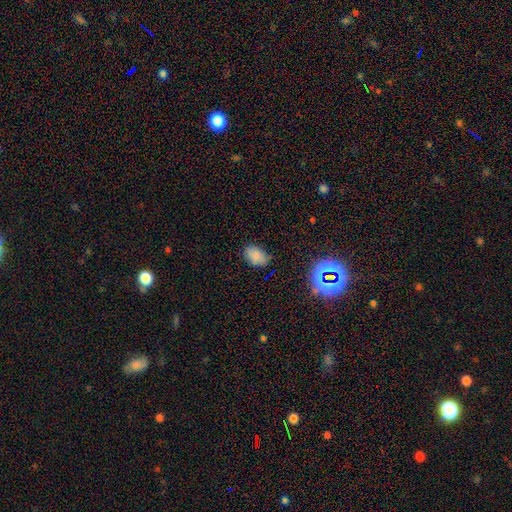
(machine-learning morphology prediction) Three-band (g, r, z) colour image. It shows a smooth galaxy with no disk features (77%) that is in between round and cigar-shaped (88%). Merging: none (78%).